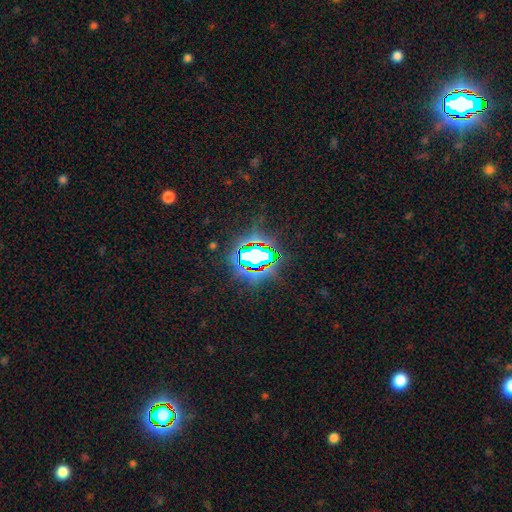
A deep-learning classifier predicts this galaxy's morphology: Smooth or featured? star or artifact (74%)